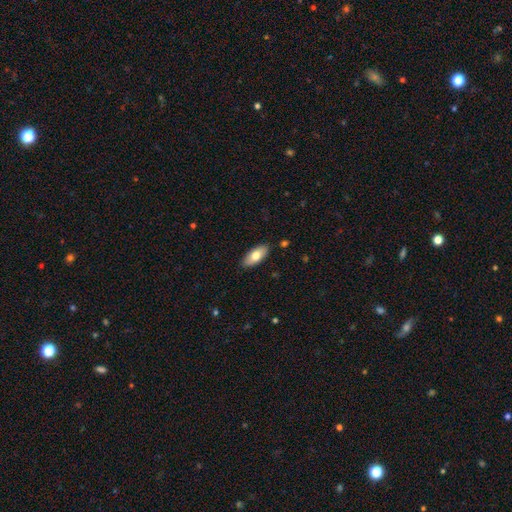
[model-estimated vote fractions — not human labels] Overall: smooth (74%). How rounded: in between (86%). Merging: none (89%).